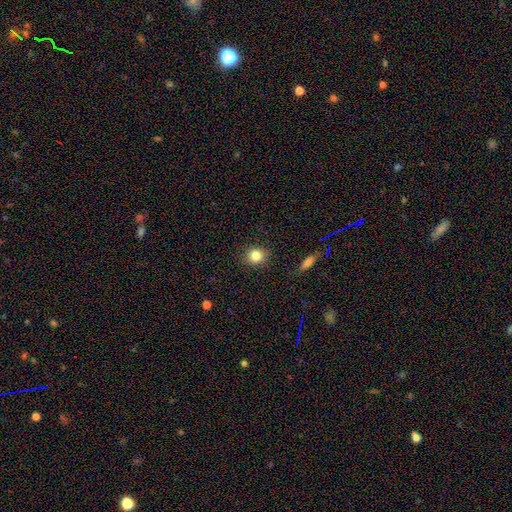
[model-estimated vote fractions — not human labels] Smooth or featured: smooth — 84% (star or artifact — 11%)
How rounded: round — 82% (in between — 17%)
Merging: none — 88% (minor disturbance — 8%)